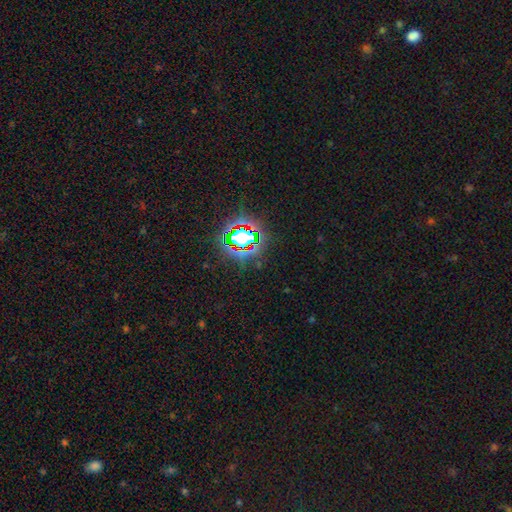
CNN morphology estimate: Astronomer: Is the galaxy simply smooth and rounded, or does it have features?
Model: star or artifact — 80%.